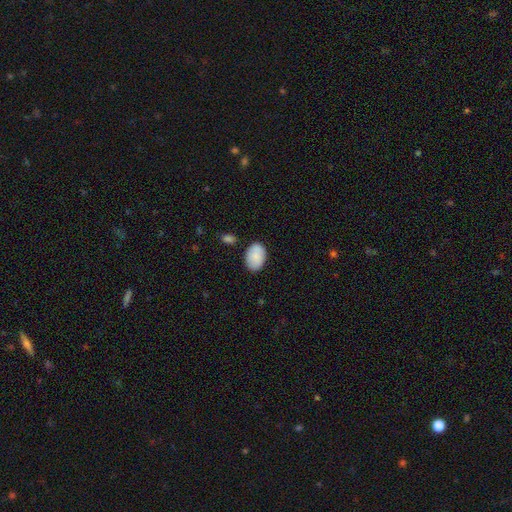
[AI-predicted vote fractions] This is clearly a smooth galaxy (86%). How rounded: clearly in between (88%). Merging: clearly none (81%).